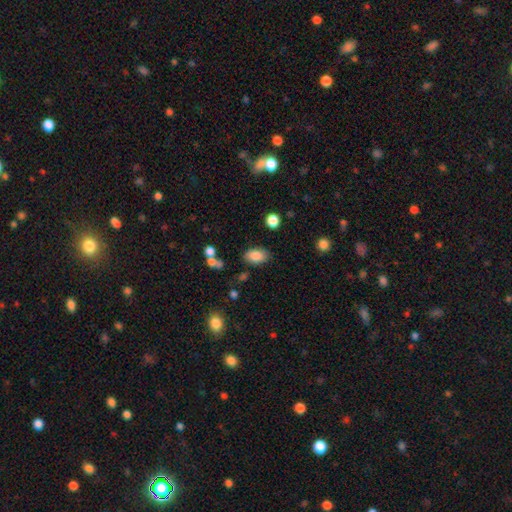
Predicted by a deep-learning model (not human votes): Smooth or featured? smooth (85%)
How rounded? in between (90%)
Merging? none (79%)